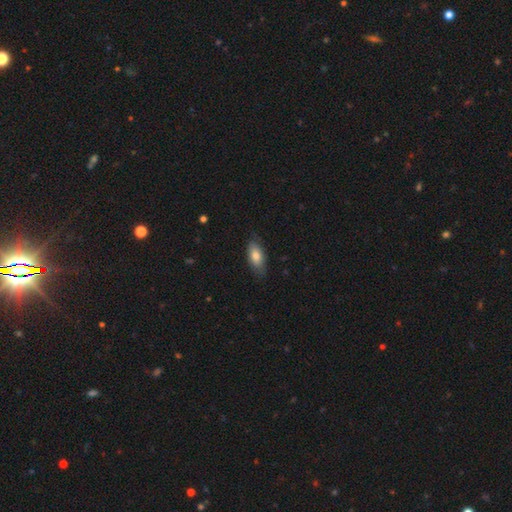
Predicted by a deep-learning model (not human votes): smooth 77%, featured or disk 17%, star or artifact 6%. Down the decision tree: how rounded — in between (87%); merging — none (75%).